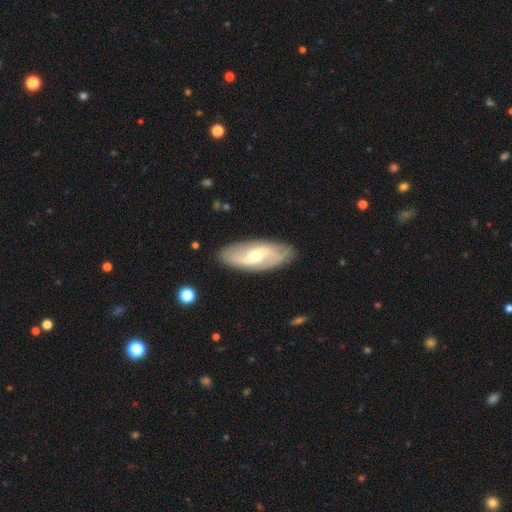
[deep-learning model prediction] Q: Smooth or featured?
A: featured or disk (75%); runner-up: smooth (20%)
Q: Edge-on disk?
A: no (91%); runner-up: yes (9%)
Q: Bar?
A: weak (49%); runner-up: no (26%)
Q: Spiral arms?
A: yes (88%); runner-up: no (12%)
Q: Spiral winding?
A: loose (60%); runner-up: medium (28%)
Q: Spiral arm count?
A: 2 (87%); runner-up: can't tell (7%)
Q: Bulge size?
A: moderate (51%); runner-up: small (44%)
Q: Merging?
A: none (85%); runner-up: minor disturbance (11%)